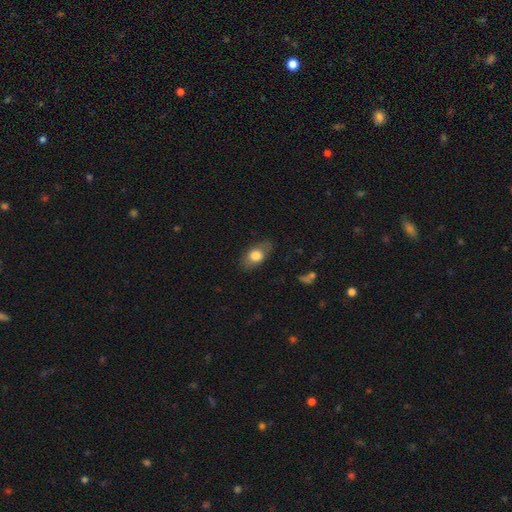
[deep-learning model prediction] Q: Smooth or featured?
A: smooth (72%); runner-up: featured or disk (21%)
Q: How rounded?
A: in between (82%); runner-up: round (13%)
Q: Merging?
A: none (76%); runner-up: minor disturbance (17%)